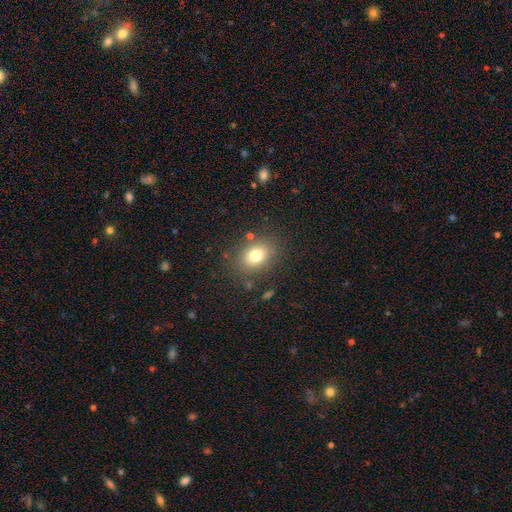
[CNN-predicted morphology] Smooth or featured? smooth (77%)
How rounded? in between (62%)
Merging? none (81%)